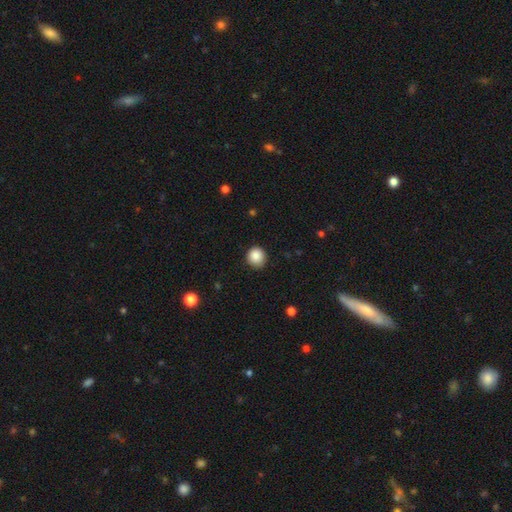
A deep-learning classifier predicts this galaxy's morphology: A smooth galaxy with no disk features (86%) that is round (91%).

Vote fractions:
- Smooth or featured? smooth: 86% / star or artifact: 10% / featured or disk: 4%
- How rounded? round: 91% / in between: 8% / cigar-shaped: 1%
- Merging? none: 88% / minor disturbance: 9% / major disturbance: 2% / merger: 1%